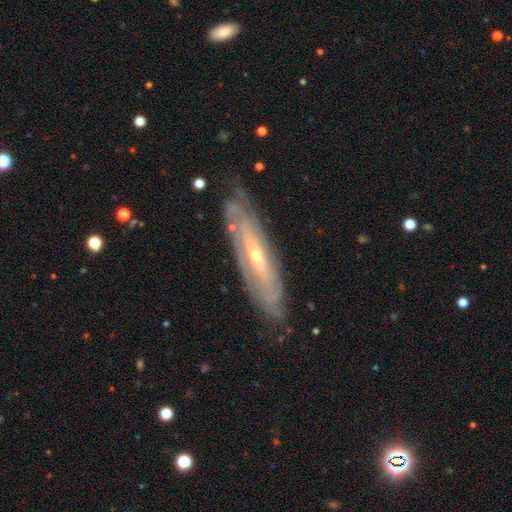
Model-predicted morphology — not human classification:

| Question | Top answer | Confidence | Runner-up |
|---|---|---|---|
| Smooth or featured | featured or disk | 81% | smooth (12%) |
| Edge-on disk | no | 69% | yes (31%) |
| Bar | no | 53% | weak (30%) |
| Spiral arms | yes | 84% | no (16%) |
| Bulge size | small | 69% | moderate (28%) |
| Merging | none | 78% | minor disturbance (16%) |